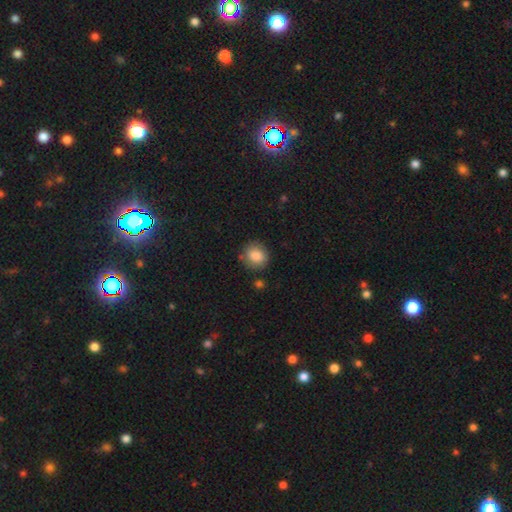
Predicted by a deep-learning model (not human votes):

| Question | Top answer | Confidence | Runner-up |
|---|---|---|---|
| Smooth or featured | smooth | 85% | star or artifact (8%) |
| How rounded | round | 75% | in between (24%) |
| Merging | none | 78% | minor disturbance (15%) |